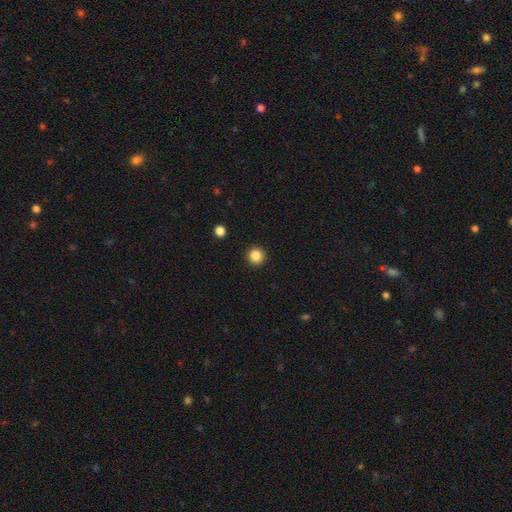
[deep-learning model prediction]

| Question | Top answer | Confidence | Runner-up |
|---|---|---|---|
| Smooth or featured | smooth | 86% | star or artifact (11%) |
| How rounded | round | 96% | in between (4%) |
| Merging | none | 93% | minor disturbance (4%) |